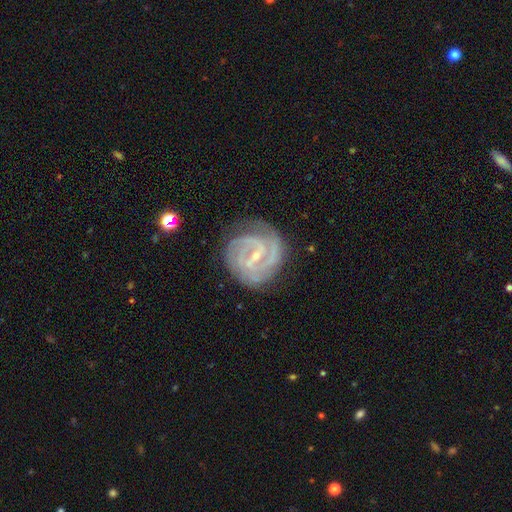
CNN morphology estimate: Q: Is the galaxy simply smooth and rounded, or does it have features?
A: featured or disk — 89%.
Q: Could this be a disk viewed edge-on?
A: no — 97%.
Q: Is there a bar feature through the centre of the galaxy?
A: weak — 46%.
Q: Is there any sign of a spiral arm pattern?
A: yes — 97%.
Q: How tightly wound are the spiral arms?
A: tight — 63%.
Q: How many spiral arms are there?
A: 2 — 49%.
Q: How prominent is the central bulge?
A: small — 76%.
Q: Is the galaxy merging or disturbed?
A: none — 76%.